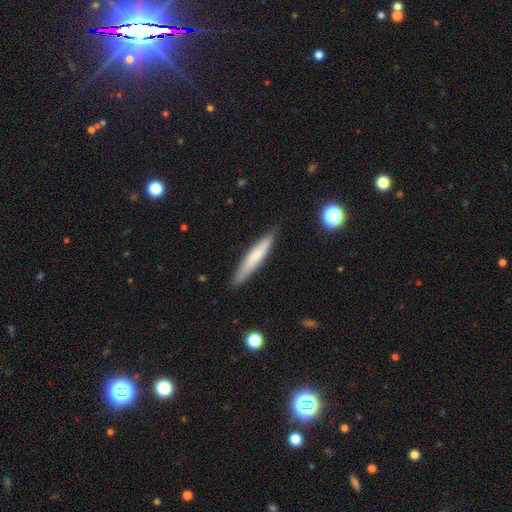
Smooth or featured?
  - smooth: 53% *
  - featured or disk: 44%
  - star or artifact: 3%
How rounded?
  - cigar-shaped: 84% *
  - in between: 11%
  - round: 5%
Merging?
  - none: 83% *
  - minor disturbance: 9%
  - major disturbance: 6%
  - merger: 3%